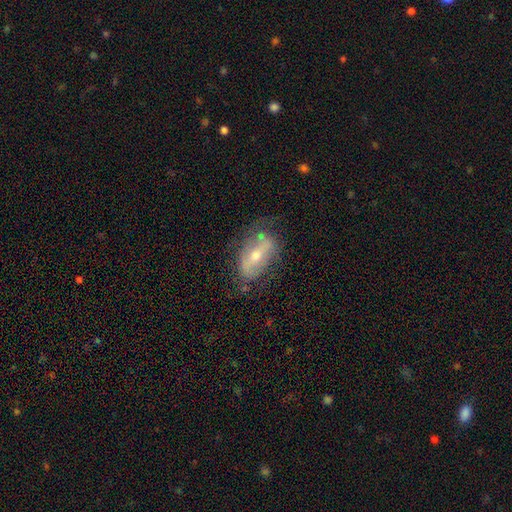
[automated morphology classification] Overall: featured or disk (68%). Edge-on disk: no (84%). Bar: strong (51%; weak 28%). Spiral arms: no (50%, tied with yes). Bulge size: moderate (59%; small 36%). Merging: none (62%; minor disturbance 24%).